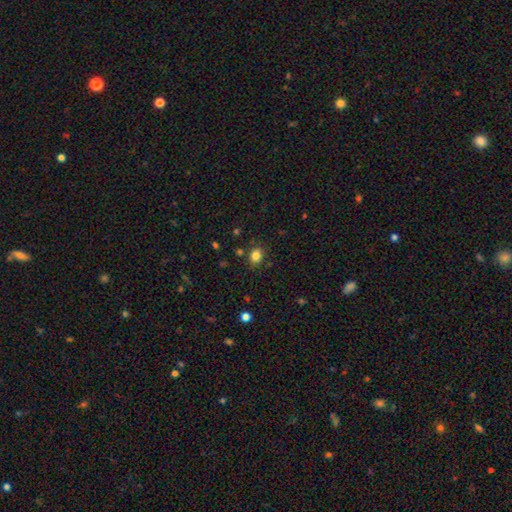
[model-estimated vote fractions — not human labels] Morphology: type=smooth (83%); roundness=in between (53%); merging=none (83%).